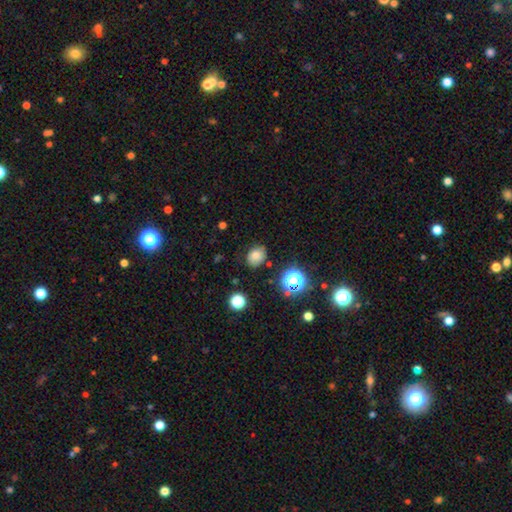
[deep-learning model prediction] Smooth or featured?
  - smooth: 74% *
  - star or artifact: 16%
  - featured or disk: 11%
How rounded?
  - in between: 54% *
  - round: 45%
  - cigar-shaped: 1%
Merging?
  - none: 77% *
  - minor disturbance: 17%
  - major disturbance: 4%
  - merger: 2%